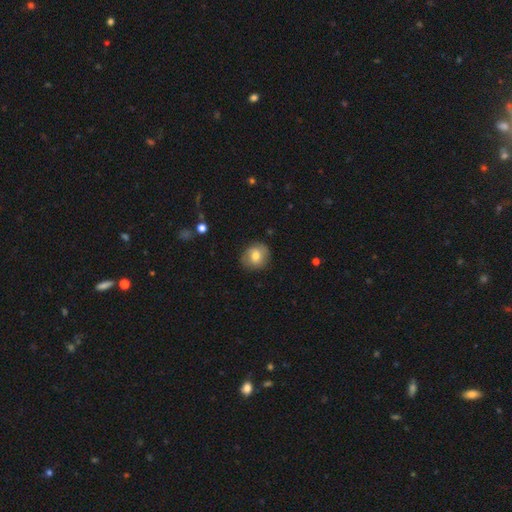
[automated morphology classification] The model was most divided on "smooth or featured": smooth: 70%, featured or disk: 21%, star or artifact: 8%. More confident: merging — none (82%); how rounded — round (78%).